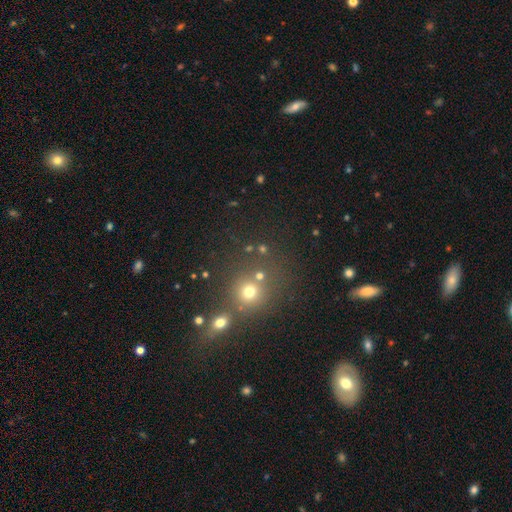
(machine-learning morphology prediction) The model was most divided on "smooth or featured": smooth: 45%, star or artifact: 43%, featured or disk: 12%. More confident: merging — none (57%).